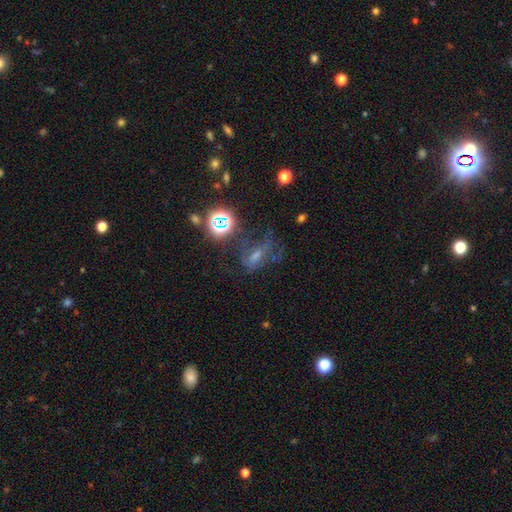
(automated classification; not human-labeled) The model was most divided on "smooth or featured": star or artifact: 38%, featured or disk: 37%, smooth: 24%.